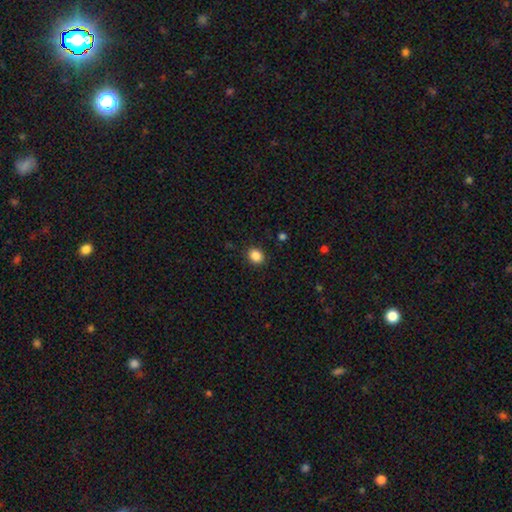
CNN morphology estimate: Smooth or featured? Predicted: smooth (p=0.87). How rounded? Predicted: round (p=0.54). Merging? Predicted: none (p=0.89).